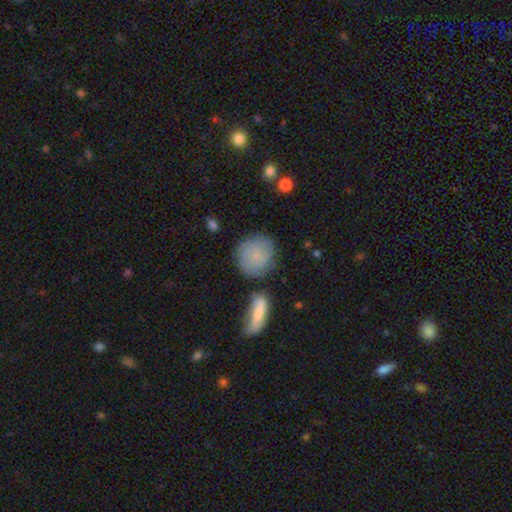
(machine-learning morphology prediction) This appears to be a smooth galaxy with no disk features (70%) that is round (82%). Merging: none (71%).